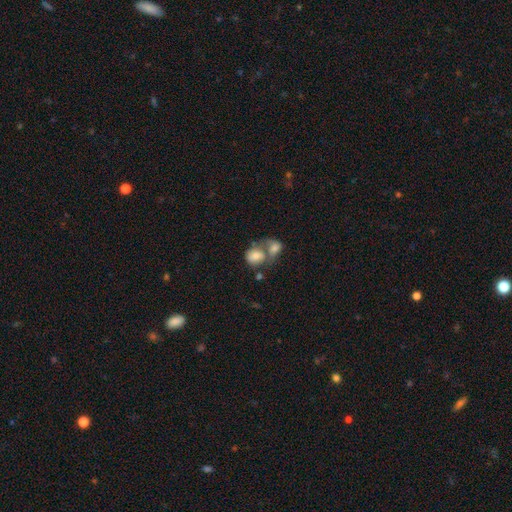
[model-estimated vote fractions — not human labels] This appears to be a smooth galaxy with no disk features (74%) that is in between round and cigar-shaped (55%). Merging: merger (70%).